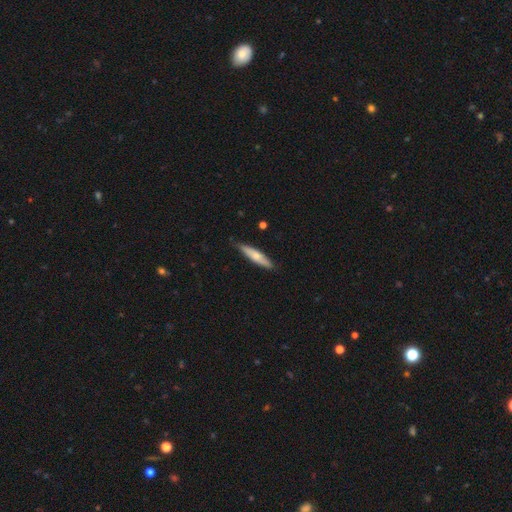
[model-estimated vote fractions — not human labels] This appears to be a smooth galaxy with no disk features (61%) that is cigar-shaped (83%). Merging: none (83%).